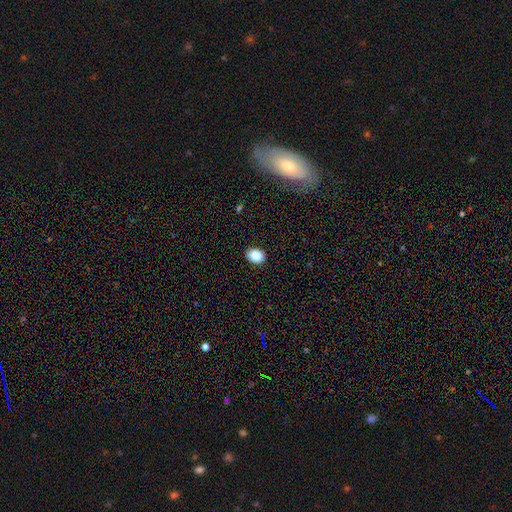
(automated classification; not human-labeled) The model was most divided on "how rounded": in between: 66%, round: 33%, cigar-shaped: 1%. More confident: merging — none (90%); smooth or featured — smooth (88%).